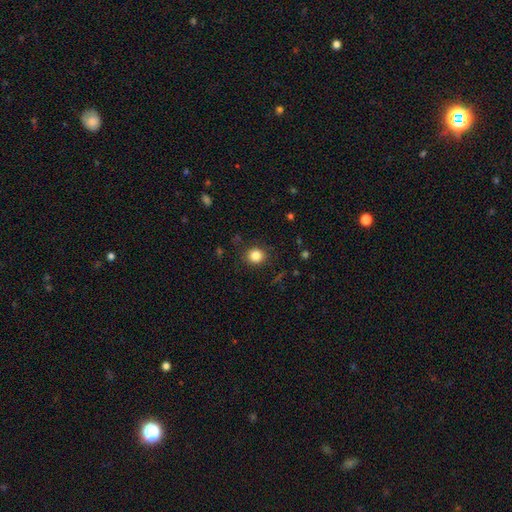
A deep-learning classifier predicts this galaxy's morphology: Smooth or featured? Predicted: smooth (p=0.83). How rounded? Predicted: round (p=0.85). Merging? Predicted: none (p=0.87).